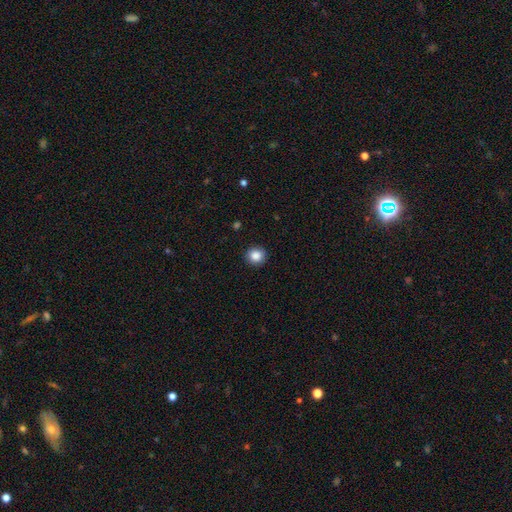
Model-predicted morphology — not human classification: smooth_or_featured: smooth (p=0.86) [alt: star or artifact p=0.10]
how_rounded: round (p=0.89) [alt: in between p=0.10]
merging: none (p=0.91) [alt: minor disturbance p=0.06]